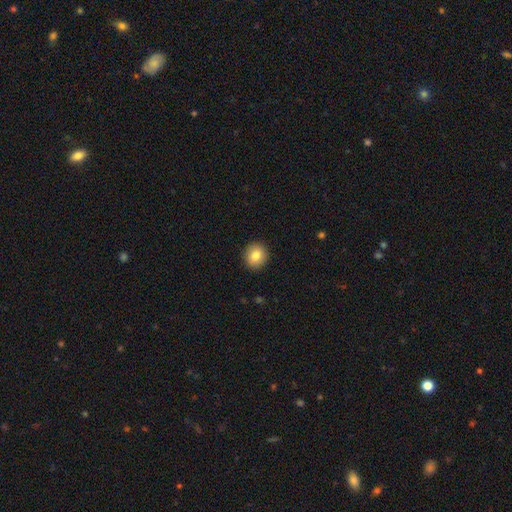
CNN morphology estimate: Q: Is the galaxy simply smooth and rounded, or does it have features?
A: smooth — 82%.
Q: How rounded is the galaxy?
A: round — 87%.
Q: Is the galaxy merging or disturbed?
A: none — 92%.